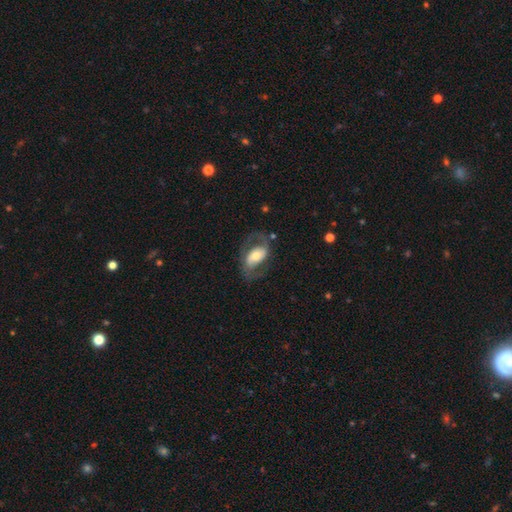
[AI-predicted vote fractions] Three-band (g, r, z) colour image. It shows a featured or disk galaxy (70%) with no bar (35%), 2 (86%) medium (48%) spiral arms (83%) and a moderate central bulge (53%). Merging: none (67%).